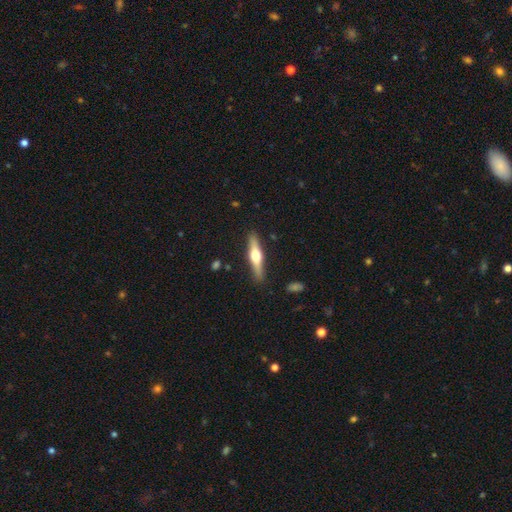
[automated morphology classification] This is likely a featured or disk galaxy (61%). It is clearly viewed edge-on (96%). Edge-on bulge: clearly rounded (94%). Merging: clearly none (89%).